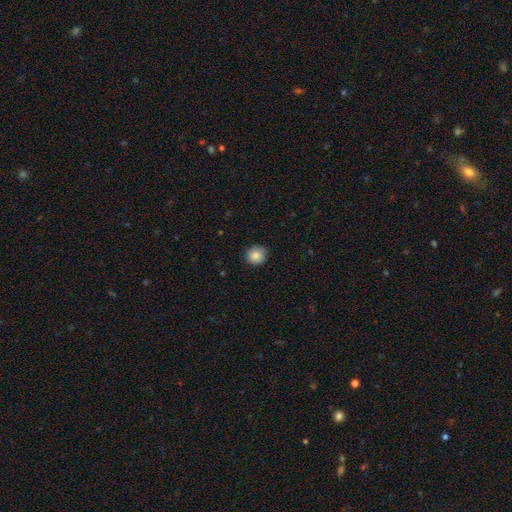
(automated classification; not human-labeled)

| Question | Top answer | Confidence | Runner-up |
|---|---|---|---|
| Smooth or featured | smooth | 85% | star or artifact (9%) |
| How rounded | round | 90% | in between (9%) |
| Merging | none | 86% | minor disturbance (11%) |